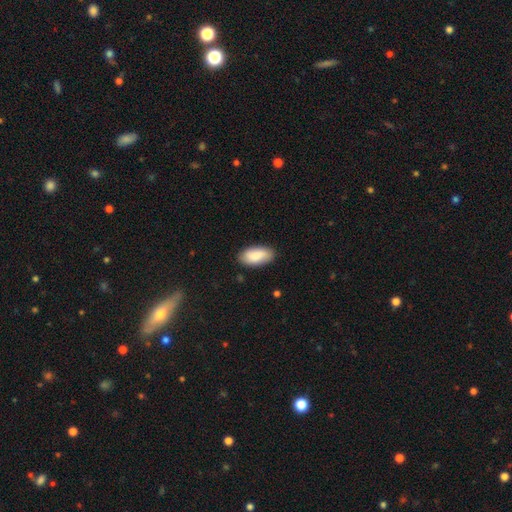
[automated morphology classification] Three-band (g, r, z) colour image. It shows a smooth galaxy with no disk features (86%) that is in between round and cigar-shaped (94%). Merging: none (85%).